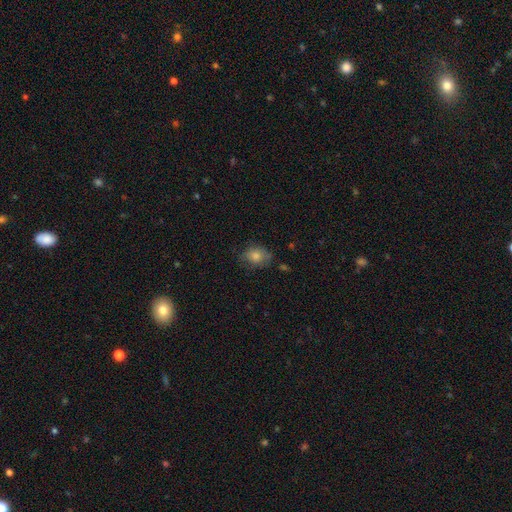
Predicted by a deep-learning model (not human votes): A smooth galaxy with no disk features (68%) that is in between round and cigar-shaped (52%). Merging: none (70%).